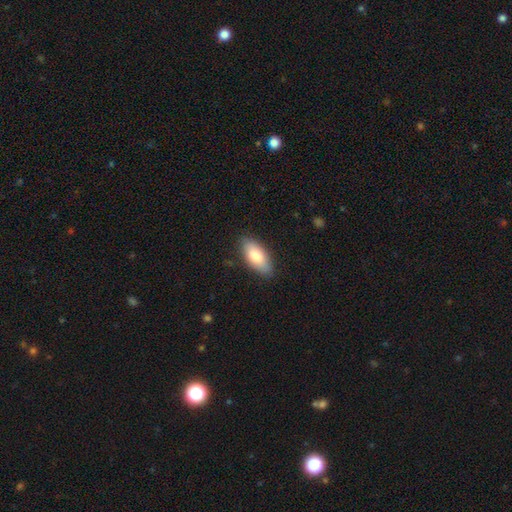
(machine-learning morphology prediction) A smooth galaxy with no disk features (83%) that is in between round and cigar-shaped (87%).

Vote fractions:
- Smooth or featured? smooth: 83% / featured or disk: 12% / star or artifact: 6%
- How rounded? in between: 87% / cigar-shaped: 11% / round: 2%
- Merging? none: 85% / minor disturbance: 11% / major disturbance: 2% / merger: 1%